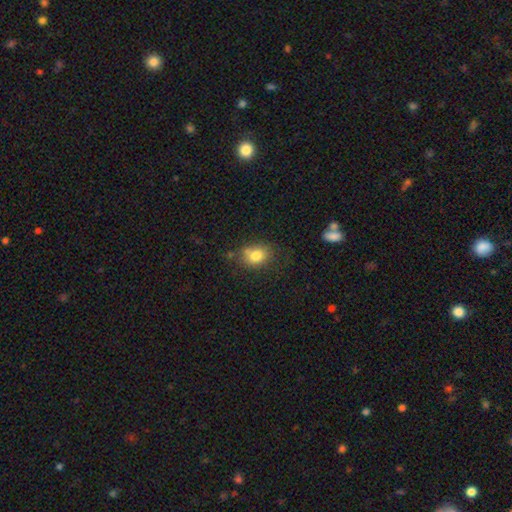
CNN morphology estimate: Q: Smooth or featured?
A: smooth (80%); runner-up: featured or disk (10%)
Q: How rounded?
A: in between (58%); runner-up: round (41%)
Q: Merging?
A: none (65%); runner-up: minor disturbance (21%)